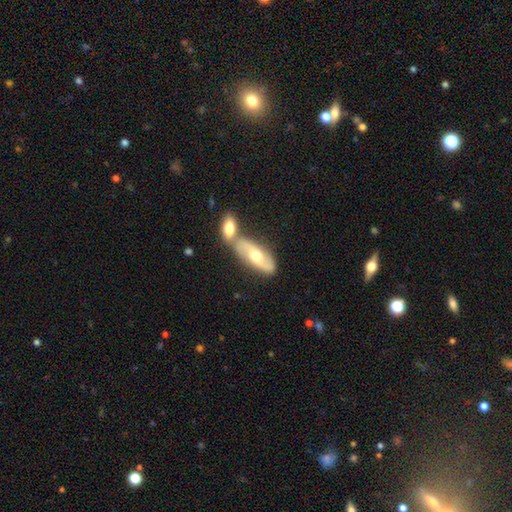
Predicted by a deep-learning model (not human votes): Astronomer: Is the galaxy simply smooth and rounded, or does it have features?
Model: featured or disk — 66%.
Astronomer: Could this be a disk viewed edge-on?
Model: no — 84%.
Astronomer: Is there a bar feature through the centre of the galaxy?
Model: no — 57%.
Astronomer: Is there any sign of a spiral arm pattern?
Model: yes — 80%.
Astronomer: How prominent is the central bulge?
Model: moderate — 74%.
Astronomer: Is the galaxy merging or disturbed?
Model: none — 45% (runner-up: merger, 40%).